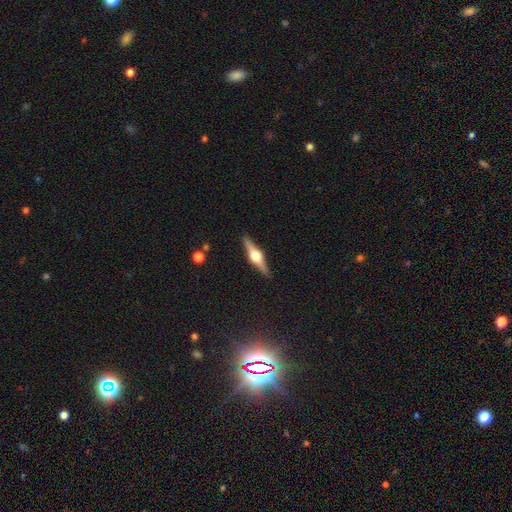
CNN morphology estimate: Smooth or featured? featured or disk (80%)
Edge-on disk? yes (98%)
Edge-on bulge? rounded (95%)
Merging? none (91%)